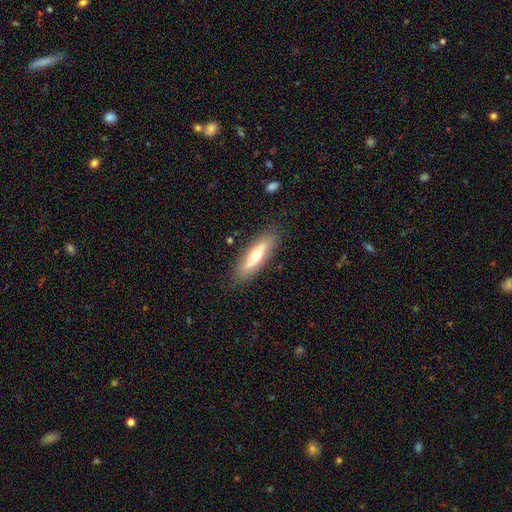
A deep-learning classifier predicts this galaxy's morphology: The model was most divided on "smooth or featured" (2-way tie): smooth: 47%, featured or disk: 47%, star or artifact: 6%. More confident: merging — none (85%).